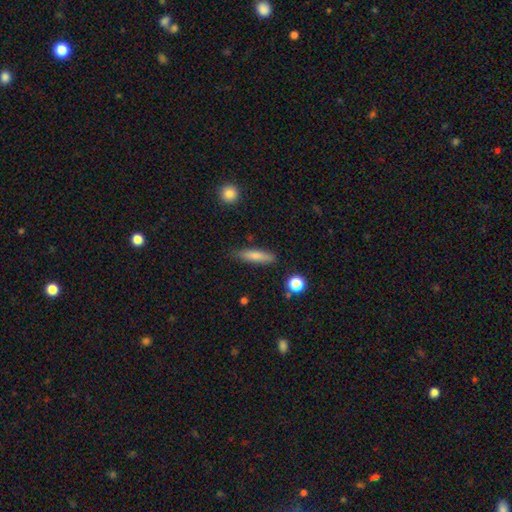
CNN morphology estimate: Smooth or featured?
  - smooth: 77% *
  - featured or disk: 15%
  - star or artifact: 7%
How rounded?
  - cigar-shaped: 72% *
  - in between: 25%
  - round: 2%
Merging?
  - none: 83% *
  - minor disturbance: 12%
  - major disturbance: 3%
  - merger: 2%